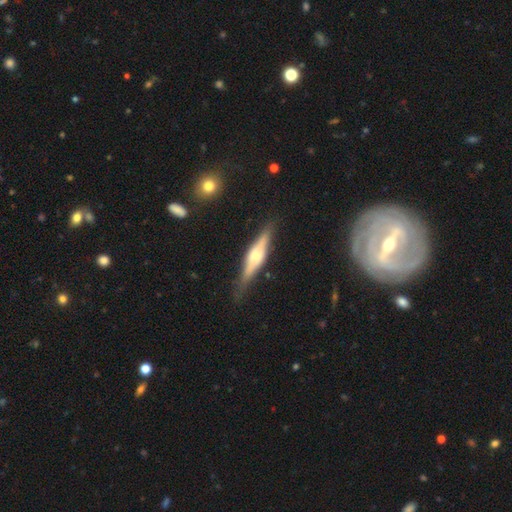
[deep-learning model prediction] The model was most divided on "smooth or featured": featured or disk: 64%, smooth: 29%, star or artifact: 6%. More confident: edge-on disk — yes (95%); merging — none (82%); edge-on bulge — rounded (77%).